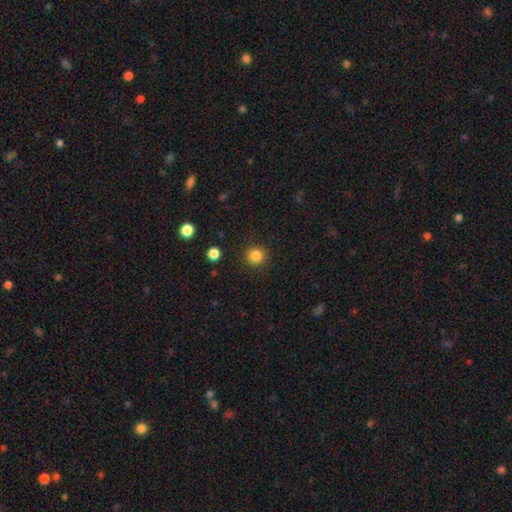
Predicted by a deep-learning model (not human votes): A smooth galaxy with no disk features (85%) that is round (94%).

Vote fractions:
- Smooth or featured? smooth: 85% / star or artifact: 11% / featured or disk: 4%
- How rounded? round: 94% / in between: 5% / cigar-shaped: 1%
- Merging? none: 91% / minor disturbance: 6% / major disturbance: 2% / merger: 1%